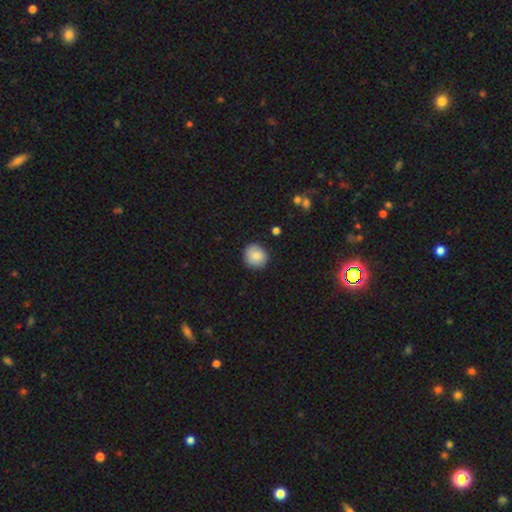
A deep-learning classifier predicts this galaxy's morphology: This appears to be a smooth galaxy with no disk features (86%) that is round (85%). Merging: none (87%).